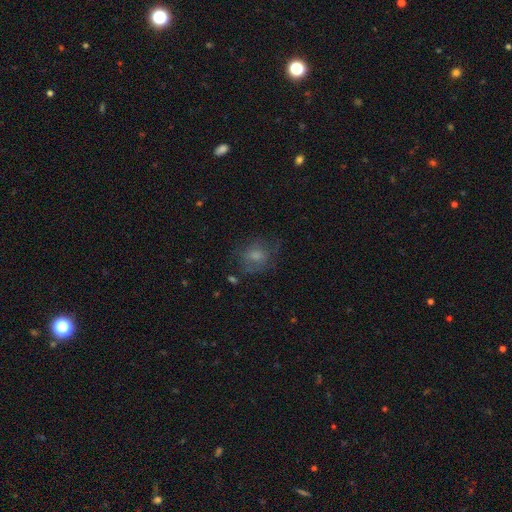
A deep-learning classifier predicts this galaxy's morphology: A smooth galaxy with no disk features (58%) that is round (66%). Merging: none (59%).